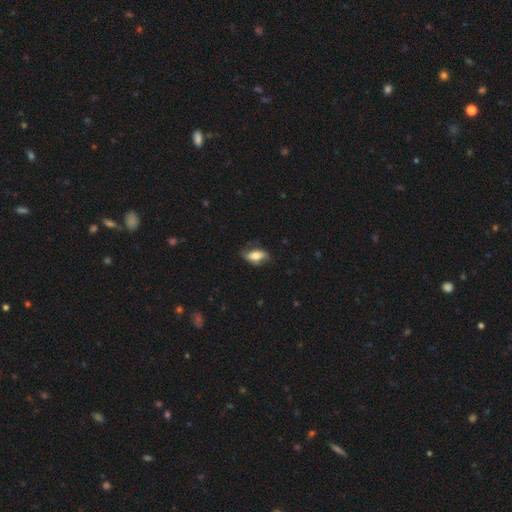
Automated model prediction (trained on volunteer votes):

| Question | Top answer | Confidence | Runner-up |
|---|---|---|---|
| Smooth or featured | smooth | 60% | featured or disk (33%) |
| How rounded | in between | 85% | cigar-shaped (10%) |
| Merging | none | 65% | minor disturbance (25%) |